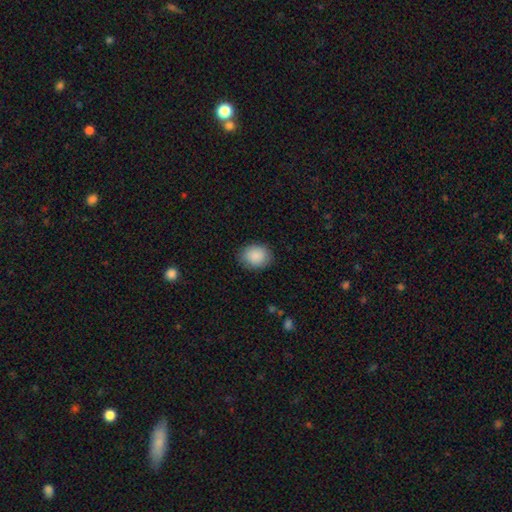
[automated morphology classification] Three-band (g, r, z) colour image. It shows a smooth galaxy with no disk features (89%) that is round (56%). Merging: none (85%).